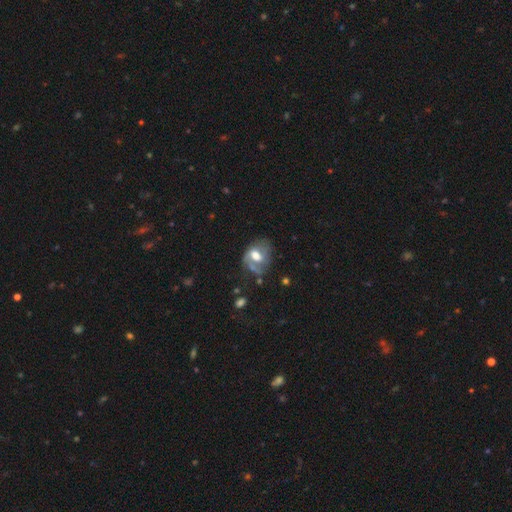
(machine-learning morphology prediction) type=featured or disk (57%); edge-on=no (96%); bar=weak (43%); spiral arms=yes (64%); bulge=moderate (50%); merging=none (41%).